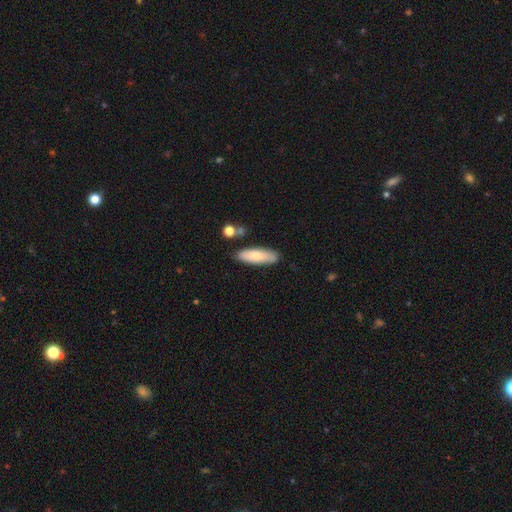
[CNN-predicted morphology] Smooth or featured?
  - smooth: 78% *
  - featured or disk: 16%
  - star or artifact: 6%
How rounded?
  - cigar-shaped: 51% *
  - in between: 47%
  - round: 2%
Merging?
  - none: 79% *
  - minor disturbance: 14%
  - merger: 5%
  - major disturbance: 3%